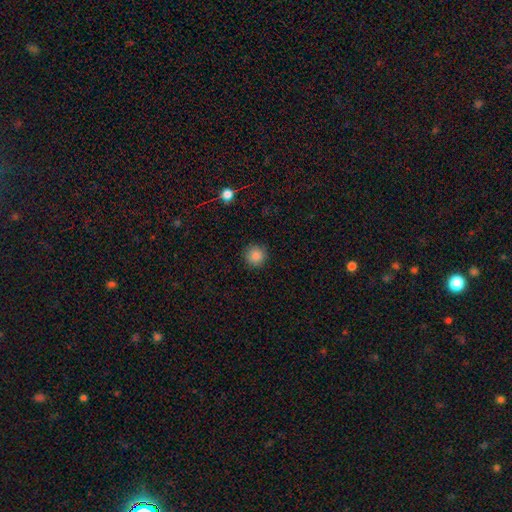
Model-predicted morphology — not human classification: A smooth galaxy with no disk features (86%) that is round (95%). Merging: none (91%).